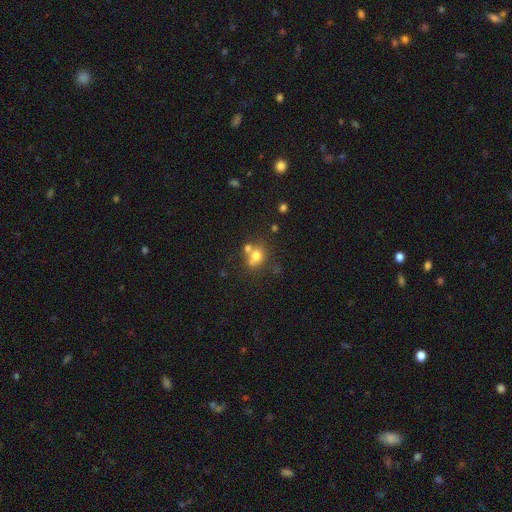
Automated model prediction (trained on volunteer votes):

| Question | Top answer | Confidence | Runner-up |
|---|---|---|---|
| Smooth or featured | smooth | 72% | featured or disk (15%) |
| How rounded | round | 59% | in between (40%) |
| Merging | none | 46% | merger (36%) |